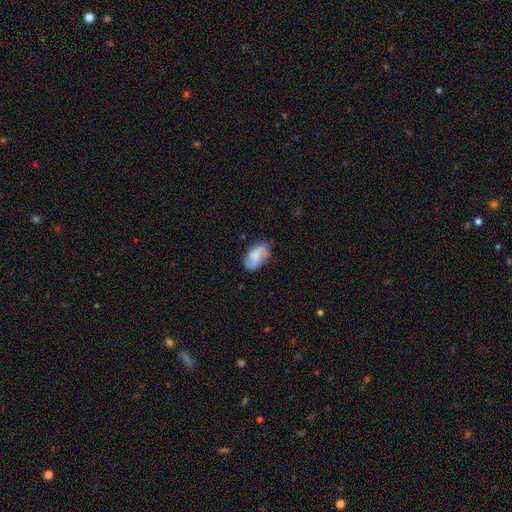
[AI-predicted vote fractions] Smooth or featured?
  - smooth: 49% *
  - featured or disk: 43%
  - star or artifact: 8%
Merging?
  - none: 67% *
  - minor disturbance: 24%
  - major disturbance: 7%
  - merger: 2%